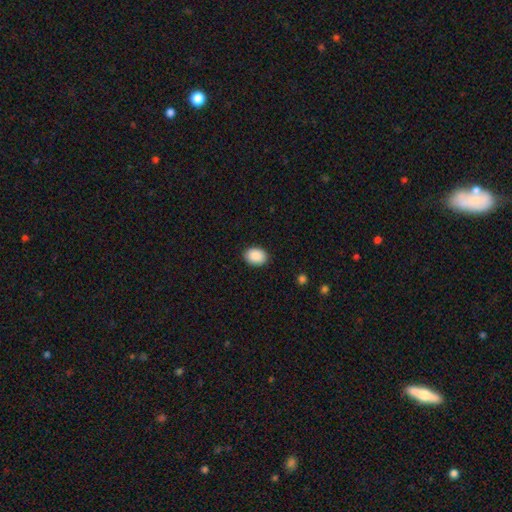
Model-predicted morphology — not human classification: Smooth or featured? smooth (90%)
How rounded? in between (72%)
Merging? none (90%)